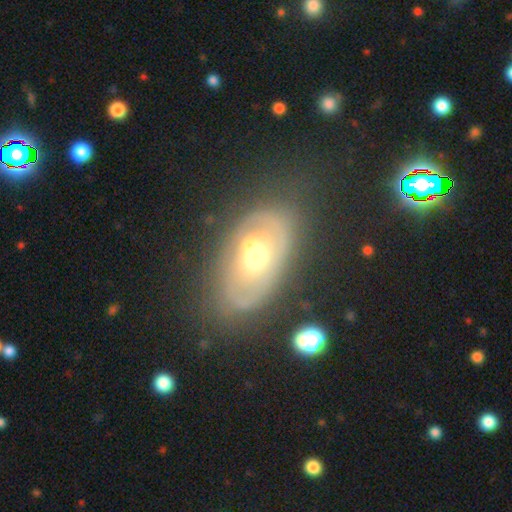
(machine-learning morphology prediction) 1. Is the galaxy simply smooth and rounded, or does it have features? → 69% featured or disk, 23% smooth, 8% star or artifact.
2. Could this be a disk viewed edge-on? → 92% no, 8% yes.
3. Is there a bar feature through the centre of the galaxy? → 70% no, 24% weak, 6% strong.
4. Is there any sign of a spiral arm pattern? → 58% yes, 42% no.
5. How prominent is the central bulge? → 68% moderate, 21% small, 8% large, 1% dominant, 1% none.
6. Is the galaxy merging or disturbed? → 69% none, 18% minor disturbance, 9% major disturbance, 4% merger.